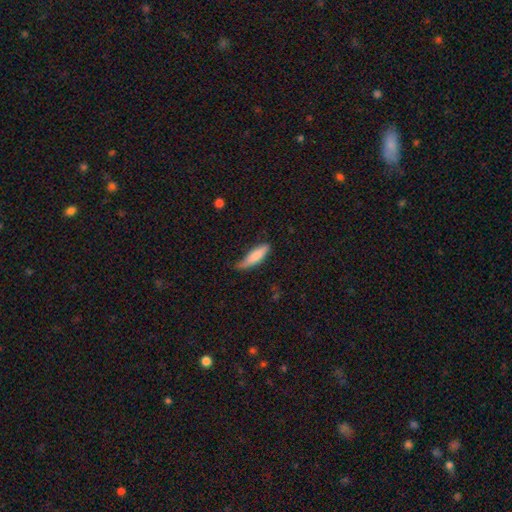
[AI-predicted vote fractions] smooth 81%, featured or disk 14%, star or artifact 6%. Down the decision tree: how rounded — cigar-shaped (63%); merging — none (46%).